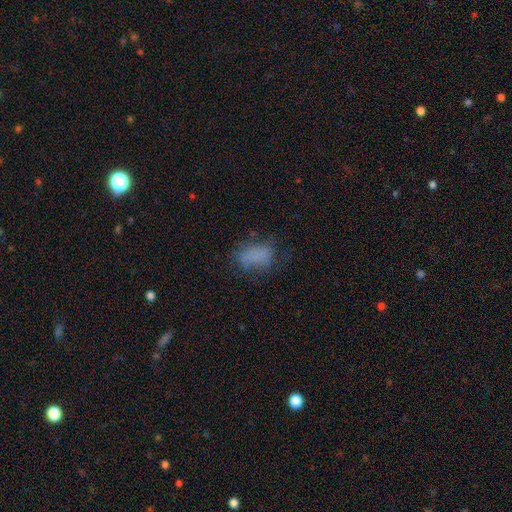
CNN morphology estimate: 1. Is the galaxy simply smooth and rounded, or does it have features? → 71% smooth, 16% featured or disk, 14% star or artifact.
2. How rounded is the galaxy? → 85% in between, 13% round, 2% cigar-shaped.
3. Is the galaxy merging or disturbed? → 53% none, 25% minor disturbance, 19% major disturbance, 3% merger.